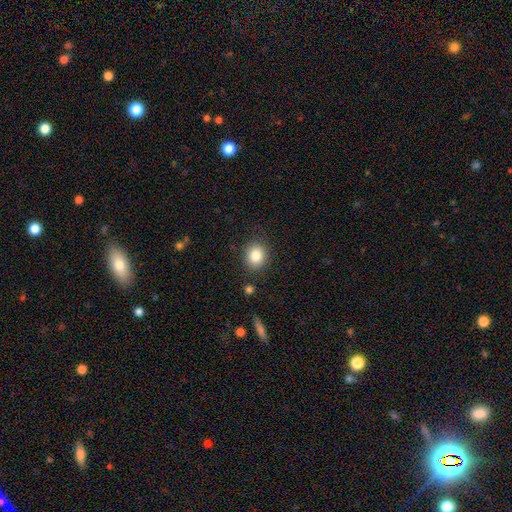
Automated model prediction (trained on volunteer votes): smooth-or-featured: smooth: 84% | star or artifact: 10% | featured or disk: 7%
  how-rounded: round: 69% | in between: 31% | cigar-shaped: 1%
  merging: none: 86% | minor disturbance: 9% | major disturbance: 3% | merger: 2%